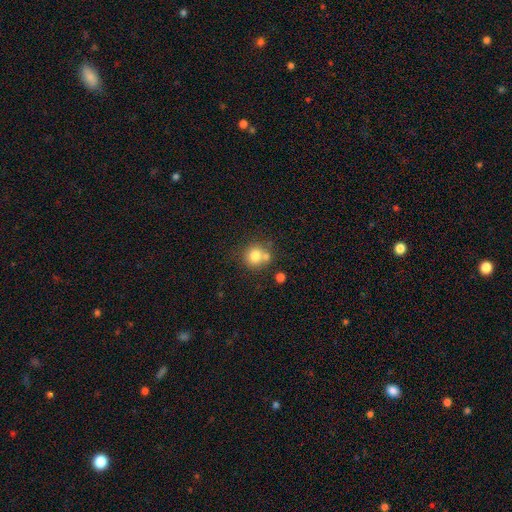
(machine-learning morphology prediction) smooth 78%, featured or disk 11%, star or artifact 11%. Down the decision tree: how rounded — round (87%); merging — none (55%).